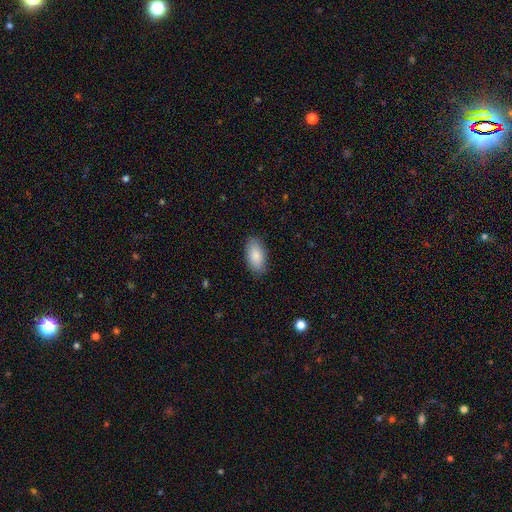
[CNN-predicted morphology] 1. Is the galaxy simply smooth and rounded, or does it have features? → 87% smooth, 7% featured or disk, 6% star or artifact.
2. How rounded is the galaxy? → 94% in between, 4% cigar-shaped, 2% round.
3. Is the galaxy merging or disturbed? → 86% none, 11% minor disturbance, 2% major disturbance, 1% merger.